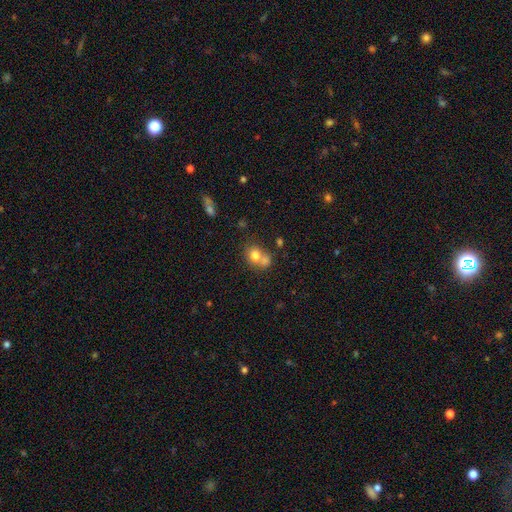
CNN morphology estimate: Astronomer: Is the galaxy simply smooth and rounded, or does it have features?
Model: smooth — 76%.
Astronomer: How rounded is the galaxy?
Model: round — 68%.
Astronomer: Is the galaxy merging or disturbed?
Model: merger — 53% (runner-up: none, 34%).